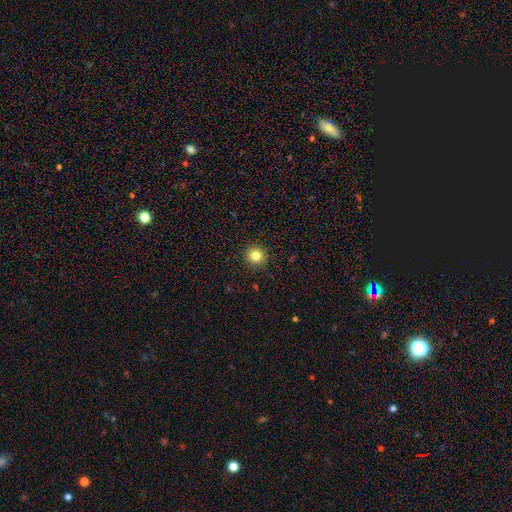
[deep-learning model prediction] A smooth galaxy with no disk features (83%) that is round (95%).

Vote fractions:
- Smooth or featured? smooth: 83% / star or artifact: 12% / featured or disk: 5%
- How rounded? round: 95% / in between: 4% / cigar-shaped: 1%
- Merging? none: 93% / minor disturbance: 5% / major disturbance: 2% / merger: 1%